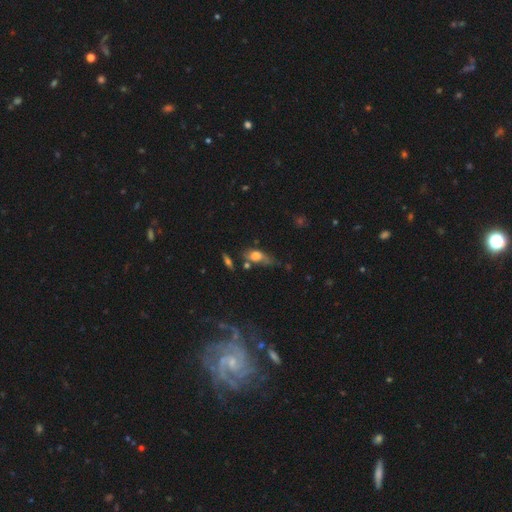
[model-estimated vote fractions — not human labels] Q: Smooth or featured?
A: smooth (68%); runner-up: featured or disk (22%)
Q: How rounded?
A: in between (76%); runner-up: cigar-shaped (13%)
Q: Merging?
A: none (36%); runner-up: minor disturbance (34%)